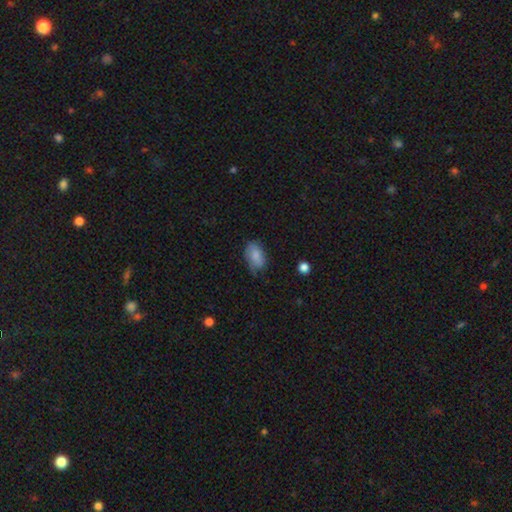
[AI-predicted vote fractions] smooth 80%, featured or disk 12%, star or artifact 7%. Down the decision tree: how rounded — in between (91%); merging — none (58%).